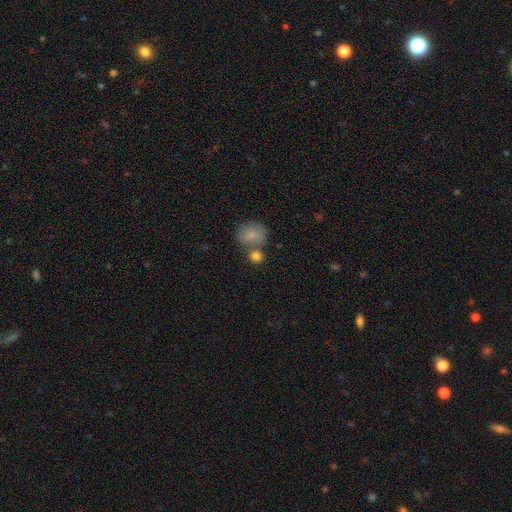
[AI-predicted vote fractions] Morphology: type=smooth (82%); roundness=round (76%); merging=none (52%).